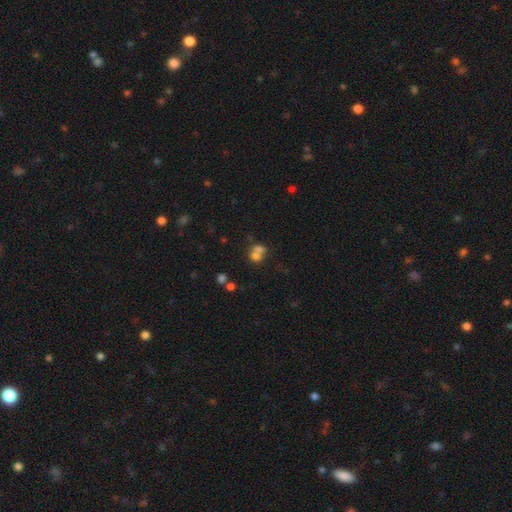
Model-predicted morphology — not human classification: This appears to be a smooth galaxy with no disk features (66%) that is round (71%). Merging: merger (59%).